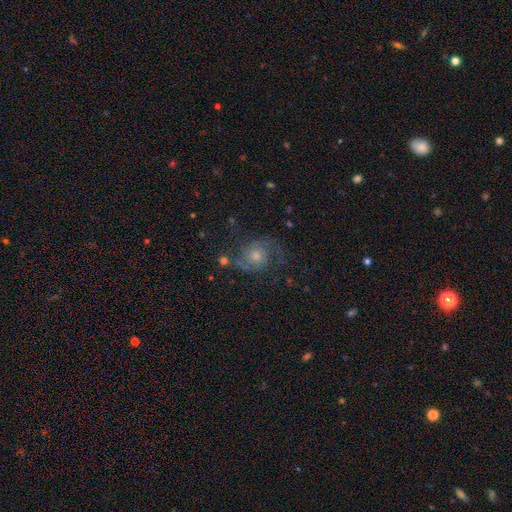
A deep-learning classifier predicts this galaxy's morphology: This appears to be a featured or disk galaxy (72%) with no bar (73%), 2 (87%) medium (50%) spiral arms (94%) and a moderate central bulge (55%). Merging: none (71%).